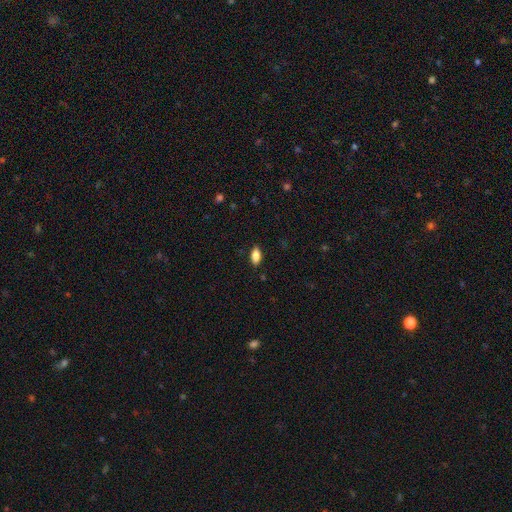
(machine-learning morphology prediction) type=smooth (85%); roundness=in between (89%); merging=none (86%).